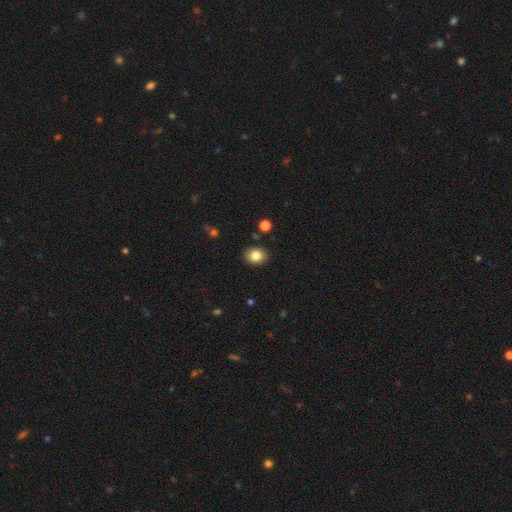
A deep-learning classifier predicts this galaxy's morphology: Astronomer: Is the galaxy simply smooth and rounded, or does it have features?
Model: smooth — 82%.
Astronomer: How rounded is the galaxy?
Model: round — 50% (runner-up: in between, 49%).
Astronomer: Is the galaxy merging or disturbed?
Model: none — 89%.